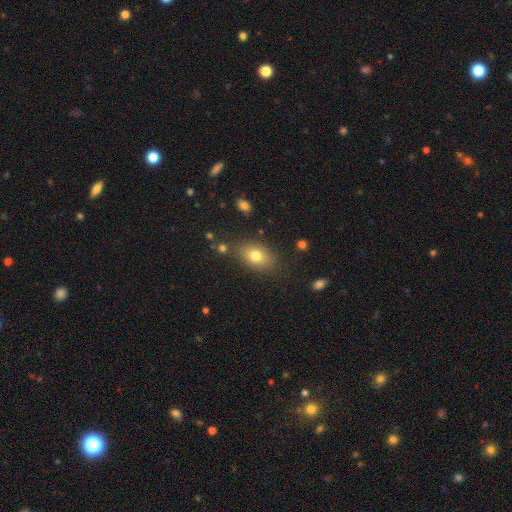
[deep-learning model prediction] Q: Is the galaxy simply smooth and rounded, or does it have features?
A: smooth — 76%.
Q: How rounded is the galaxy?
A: in between — 81%.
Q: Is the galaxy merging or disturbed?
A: none — 78%.